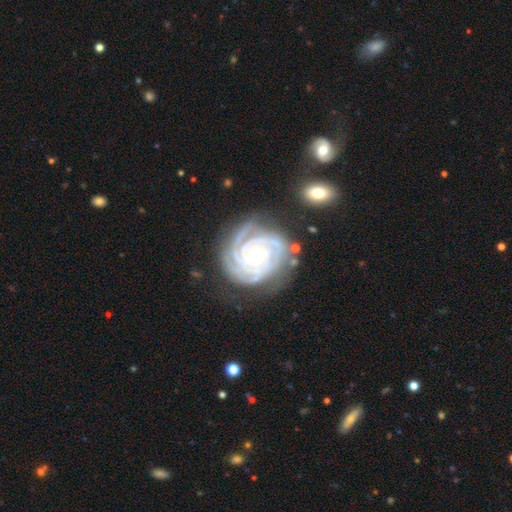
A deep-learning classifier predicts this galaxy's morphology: smooth_or_featured: featured or disk (p=0.92) [alt: star or artifact p=0.04]
disk_edge_on: no (p=0.98) [alt: yes p=0.02]
bar: no (p=0.69) [alt: weak p=0.21]
has_spiral_arms: yes (p=0.99) [alt: no p=0.01]
spiral_winding: tight (p=0.86) [alt: medium p=0.12]
spiral_arm_count: 3 (p=0.31) [alt: 4 p=0.27]
bulge_size: moderate (p=0.56) [alt: small p=0.40]
merging: none (p=0.73) [alt: minor disturbance p=0.18]